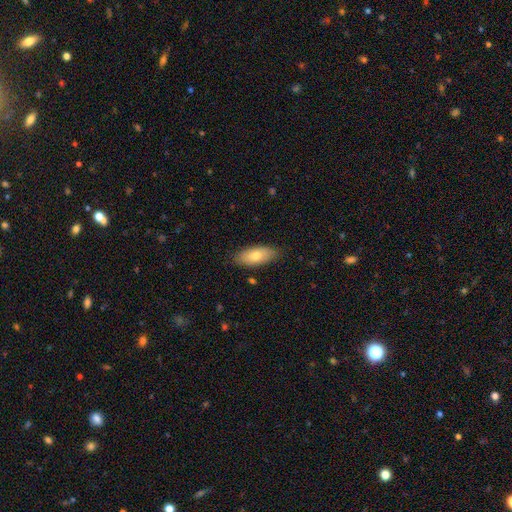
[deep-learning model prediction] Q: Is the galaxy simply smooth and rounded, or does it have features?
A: smooth — 75%.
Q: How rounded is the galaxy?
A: in between — 83%.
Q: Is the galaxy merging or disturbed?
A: none — 85%.